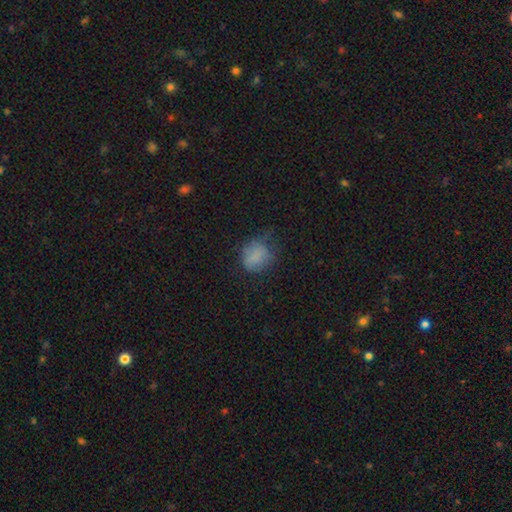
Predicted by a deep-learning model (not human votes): Overall: smooth (75%). How rounded: round (60%; in between 39%). Merging: none (48%; minor disturbance 33%).